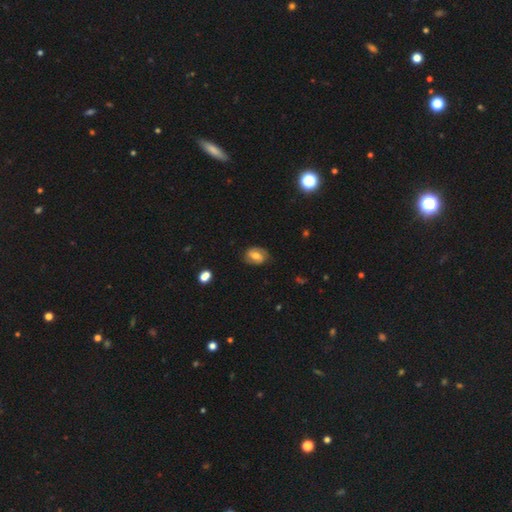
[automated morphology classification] Smooth or featured?
  - featured or disk: 49% *
  - smooth: 43%
  - star or artifact: 8%
Merging?
  - none: 76% *
  - minor disturbance: 18%
  - major disturbance: 5%
  - merger: 1%